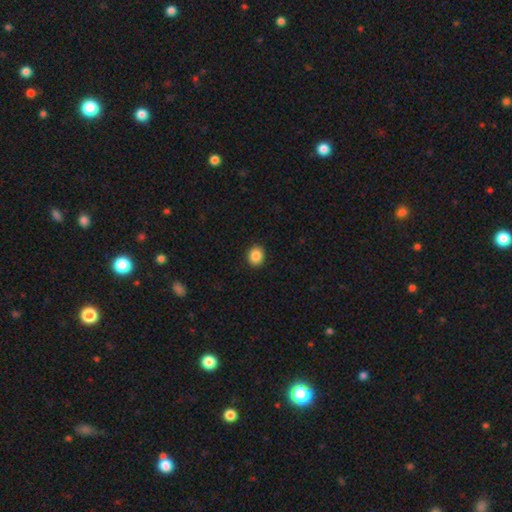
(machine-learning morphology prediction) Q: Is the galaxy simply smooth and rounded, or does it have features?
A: smooth — 87%.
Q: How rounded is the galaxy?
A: round — 69%.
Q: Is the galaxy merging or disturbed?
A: none — 91%.